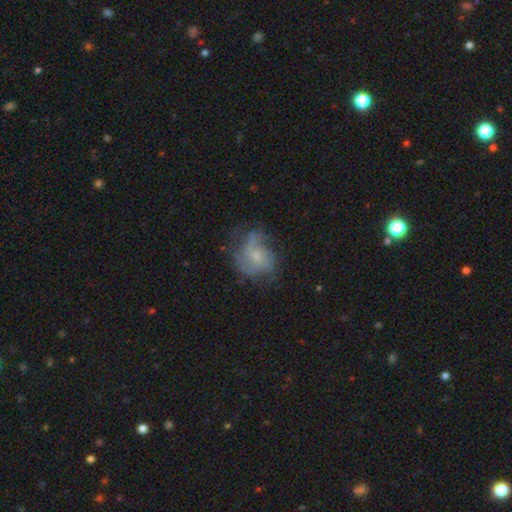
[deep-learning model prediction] smooth-or-featured: featured or disk: 62% | smooth: 28% | star or artifact: 10%
  disk-edge-on: no: 98% | yes: 2%
    bar: no: 70% | weak: 26% | strong: 3%
    has-spiral-arms: yes: 78% | no: 22%
    bulge-size: small: 62% | moderate: 26% | none: 9% | large: 2% | dominant: 1%
  merging: none: 47% | minor disturbance: 26% | major disturbance: 24% | merger: 2%